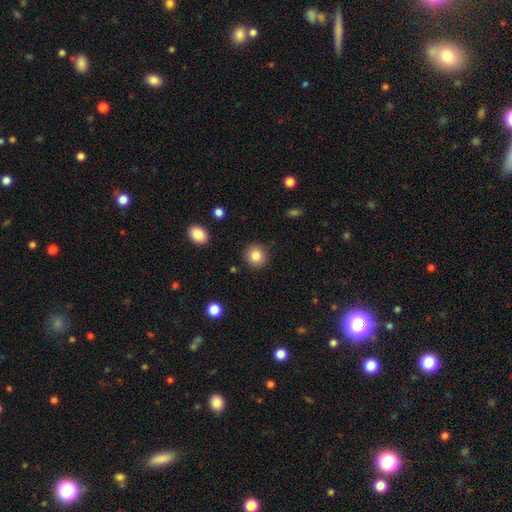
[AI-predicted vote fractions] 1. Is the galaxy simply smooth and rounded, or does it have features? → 84% smooth, 10% star or artifact, 6% featured or disk.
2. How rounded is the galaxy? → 90% round, 9% in between, 1% cigar-shaped.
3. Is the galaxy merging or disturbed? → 90% none, 6% minor disturbance, 2% major disturbance, 1% merger.